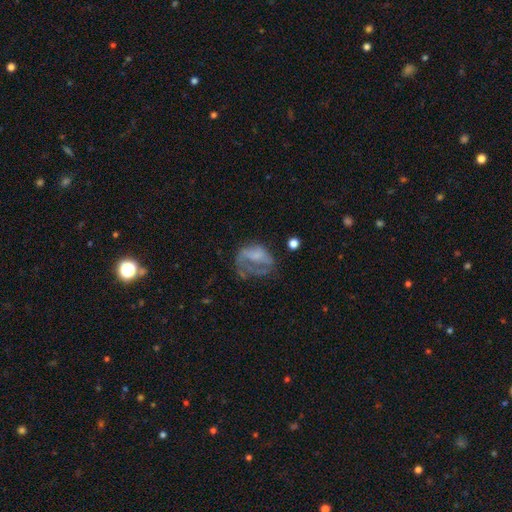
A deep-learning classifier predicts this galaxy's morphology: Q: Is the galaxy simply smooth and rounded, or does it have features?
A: featured or disk — 48%.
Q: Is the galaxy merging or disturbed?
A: major disturbance — 47%.